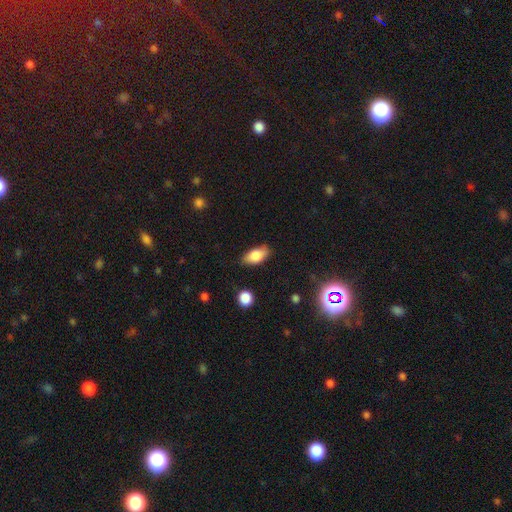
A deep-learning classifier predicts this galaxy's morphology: smooth_or_featured: smooth (p=0.81) [alt: featured or disk p=0.11]
how_rounded: in between (p=0.90) [alt: cigar-shaped p=0.06]
merging: none (p=0.78) [alt: minor disturbance p=0.17]